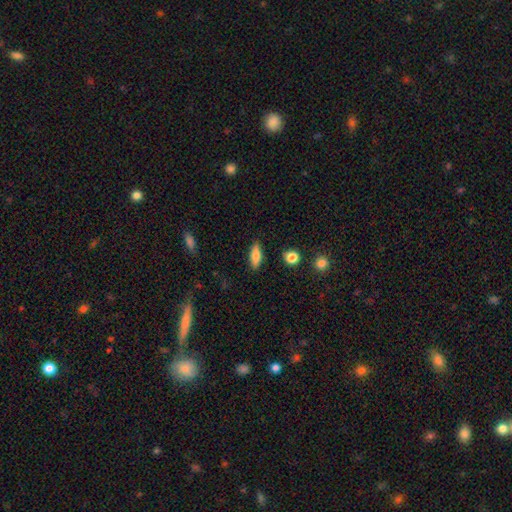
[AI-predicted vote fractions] This appears to be a smooth galaxy with no disk features (72%) that is in between round and cigar-shaped (61%). Merging: none (87%).